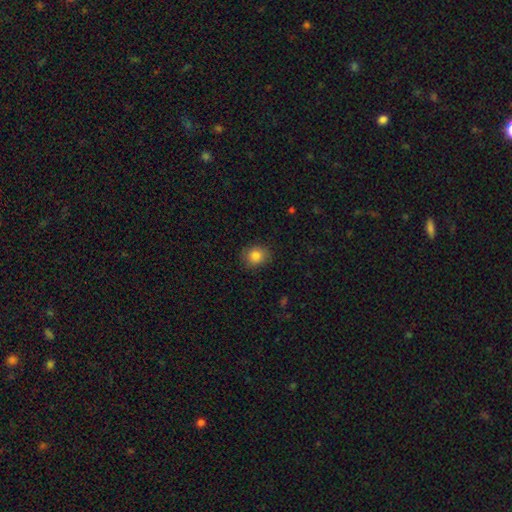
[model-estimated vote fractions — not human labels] smooth_or_featured: smooth (p=0.82) [alt: star or artifact p=0.11]
how_rounded: round (p=0.74) [alt: in between p=0.25]
merging: none (p=0.85) [alt: minor disturbance p=0.11]